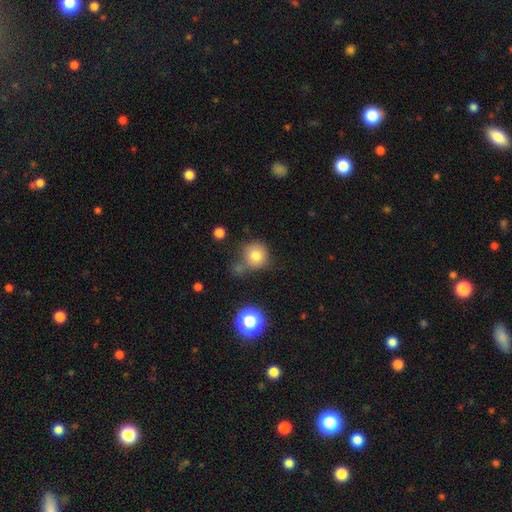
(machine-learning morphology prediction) smooth-or-featured: smooth: 78% | star or artifact: 13% | featured or disk: 9%
  how-rounded: round: 89% | in between: 10% | cigar-shaped: 1%
  merging: none: 62% | minor disturbance: 17% | merger: 14% | major disturbance: 7%